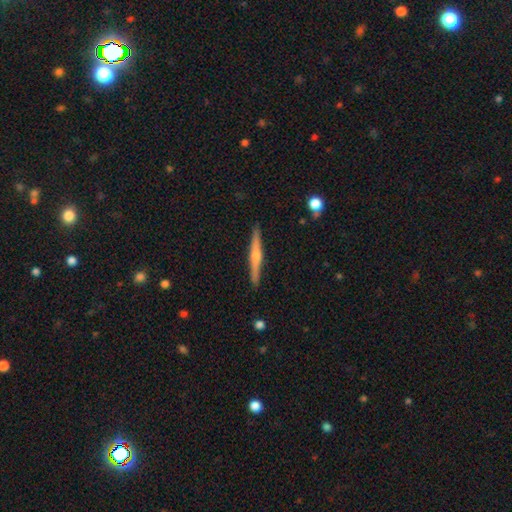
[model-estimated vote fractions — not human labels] Q: Smooth or featured?
A: featured or disk (66%); runner-up: smooth (28%)
Q: Edge-on disk?
A: yes (98%); runner-up: no (2%)
Q: Edge-on bulge?
A: rounded (82%); runner-up: none (11%)
Q: Merging?
A: none (91%); runner-up: minor disturbance (6%)